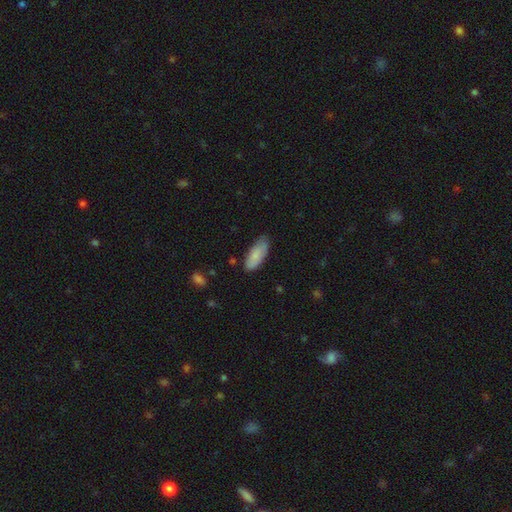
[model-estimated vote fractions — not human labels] smooth_or_featured: smooth (p=0.83) [alt: featured or disk p=0.11]
how_rounded: in between (p=0.79) [alt: cigar-shaped p=0.20]
merging: none (p=0.72) [alt: minor disturbance p=0.23]